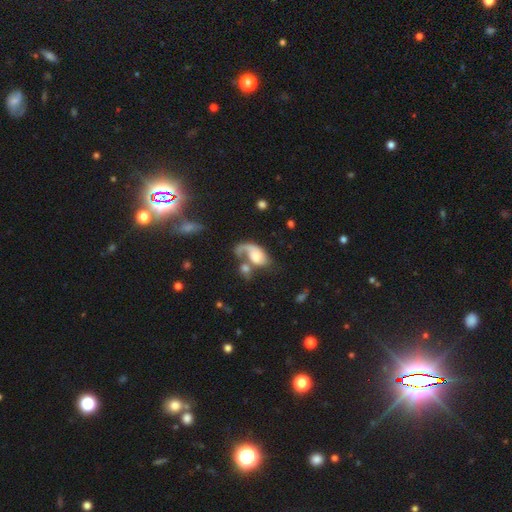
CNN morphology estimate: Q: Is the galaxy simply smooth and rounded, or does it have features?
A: featured or disk — 63%.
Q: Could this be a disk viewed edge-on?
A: no — 97%.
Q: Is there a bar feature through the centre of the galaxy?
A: no — 70%.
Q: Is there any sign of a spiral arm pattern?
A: yes — 82%.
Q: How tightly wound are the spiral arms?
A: loose — 52%.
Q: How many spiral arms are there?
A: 1 — 79%.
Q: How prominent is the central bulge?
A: moderate — 35%.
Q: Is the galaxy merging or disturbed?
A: merger — 37%.